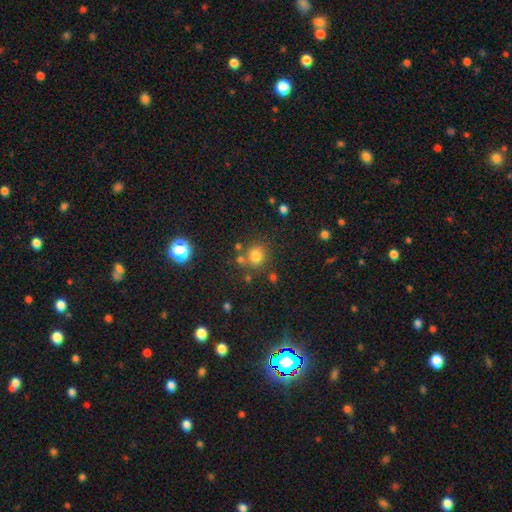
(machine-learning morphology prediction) The model was most divided on "smooth or featured": smooth: 76%, star or artifact: 17%, featured or disk: 7%. More confident: how rounded — round (87%); merging — none (74%).